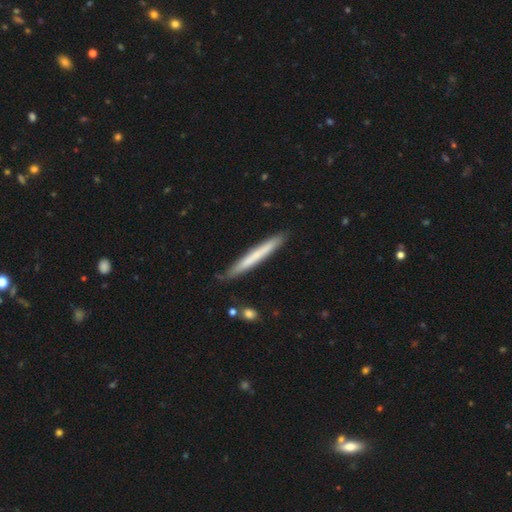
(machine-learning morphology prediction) Smooth or featured?
  - smooth: 61% *
  - featured or disk: 34%
  - star or artifact: 5%
How rounded?
  - cigar-shaped: 97% *
  - in between: 2%
  - round: 1%
Merging?
  - none: 86% *
  - minor disturbance: 11%
  - major disturbance: 2%
  - merger: 2%